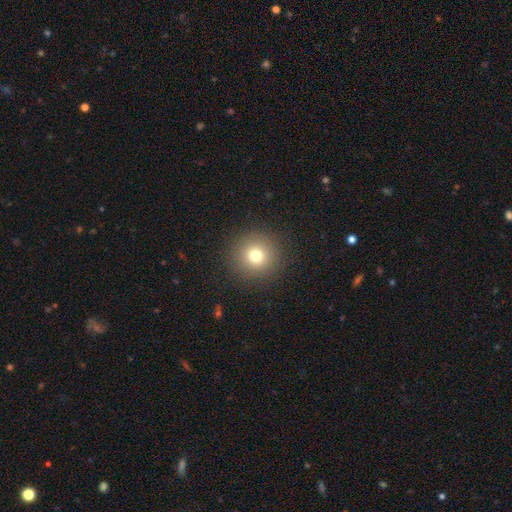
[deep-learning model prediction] Smooth or featured? Predicted: smooth (p=0.75). How rounded? Predicted: round (p=0.95). Merging? Predicted: none (p=0.91).